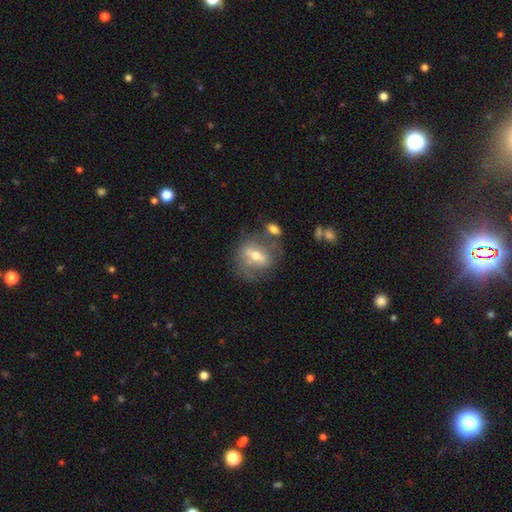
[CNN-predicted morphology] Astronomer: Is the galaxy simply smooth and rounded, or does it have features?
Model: featured or disk — 59%.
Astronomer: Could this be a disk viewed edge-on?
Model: no — 84%.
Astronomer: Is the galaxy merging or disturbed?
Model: none — 55%.